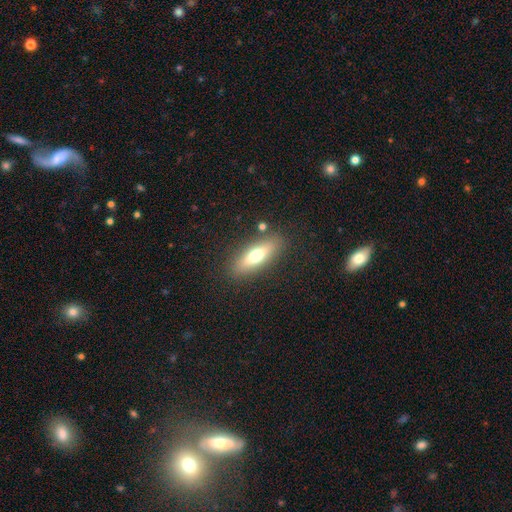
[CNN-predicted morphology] Smooth or featured? smooth (59%)
How rounded? in between (53%)
Merging? none (84%)